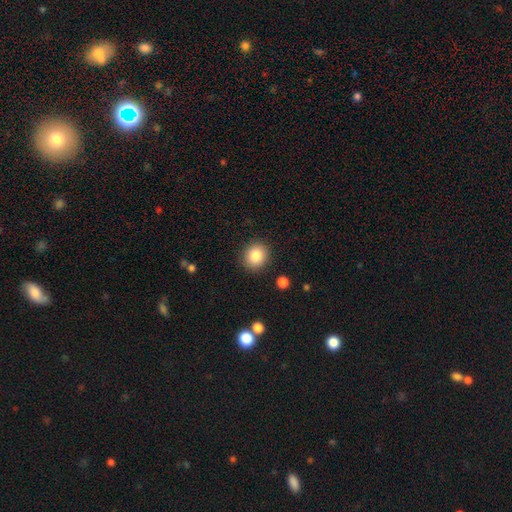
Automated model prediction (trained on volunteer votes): Smooth or featured? Predicted: smooth (p=0.84). How rounded? Predicted: round (p=0.81). Merging? Predicted: none (p=0.90).